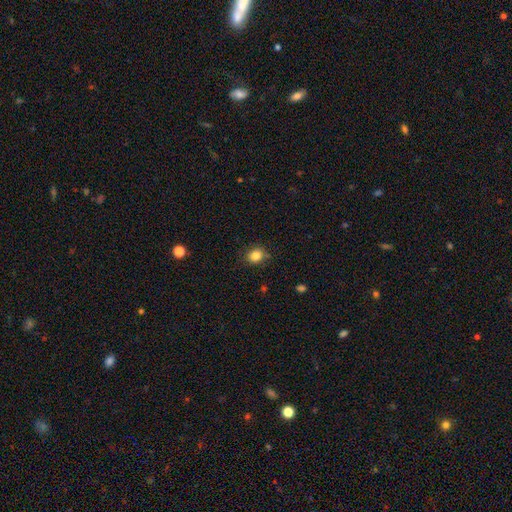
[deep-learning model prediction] Smooth or featured?
  - smooth: 84% *
  - star or artifact: 11%
  - featured or disk: 6%
How rounded?
  - round: 69% *
  - in between: 30%
  - cigar-shaped: 1%
Merging?
  - none: 83% *
  - minor disturbance: 12%
  - major disturbance: 3%
  - merger: 2%